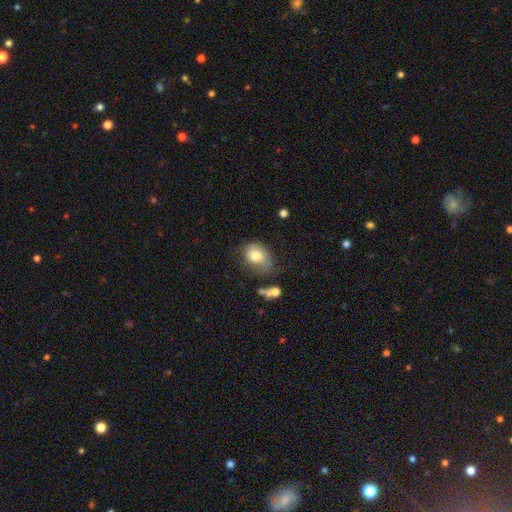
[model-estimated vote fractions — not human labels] Smooth or featured?
  - smooth: 76% *
  - featured or disk: 15%
  - star or artifact: 9%
How rounded?
  - in between: 59% *
  - round: 40%
  - cigar-shaped: 1%
Merging?
  - none: 46% *
  - minor disturbance: 33%
  - major disturbance: 15%
  - merger: 6%